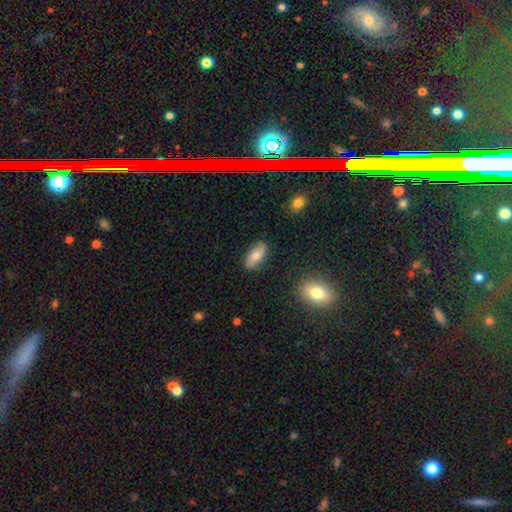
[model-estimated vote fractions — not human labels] Smooth or featured?
  - smooth: 70% *
  - featured or disk: 23%
  - star or artifact: 7%
How rounded?
  - in between: 82% *
  - cigar-shaped: 14%
  - round: 4%
Merging?
  - none: 85% *
  - minor disturbance: 11%
  - major disturbance: 2%
  - merger: 2%